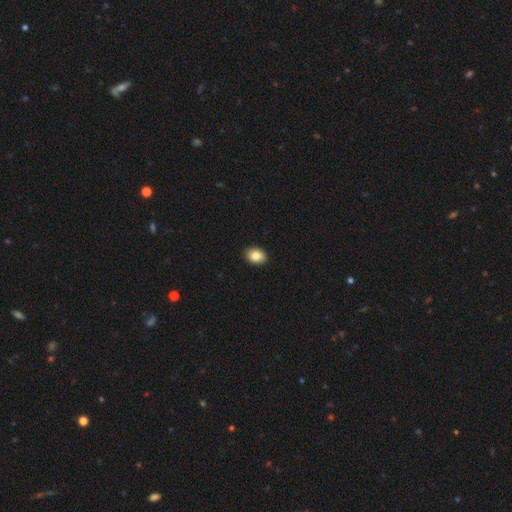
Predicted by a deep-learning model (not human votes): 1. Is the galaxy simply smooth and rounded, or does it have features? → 85% smooth, 8% star or artifact, 7% featured or disk.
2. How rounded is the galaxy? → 75% in between, 24% round, 1% cigar-shaped.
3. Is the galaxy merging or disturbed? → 91% none, 7% minor disturbance, 2% major disturbance, 1% merger.